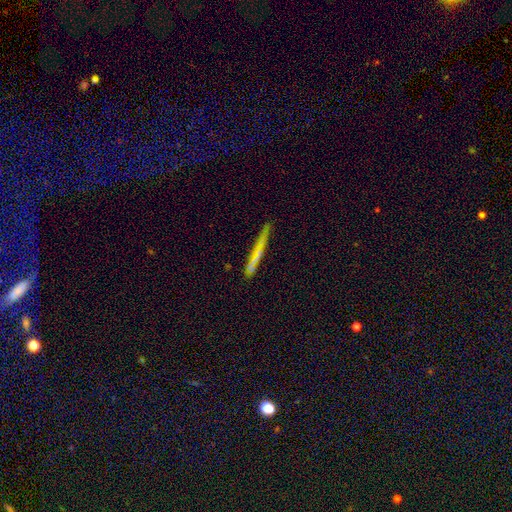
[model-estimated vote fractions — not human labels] This appears to be a featured or disk galaxy (51%) viewed edge-on (89%). Merging: none (73%).